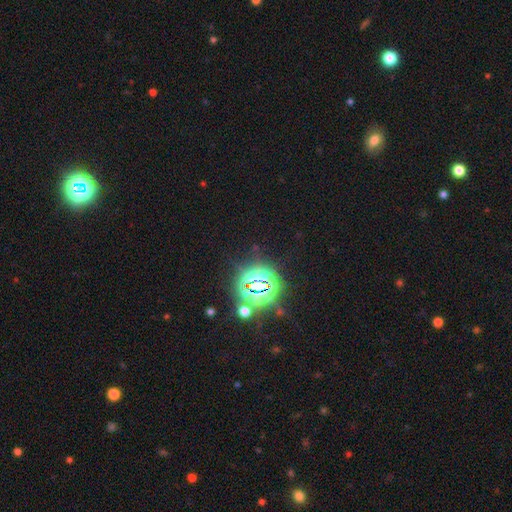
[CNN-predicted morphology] Smooth or featured? star or artifact (82%)